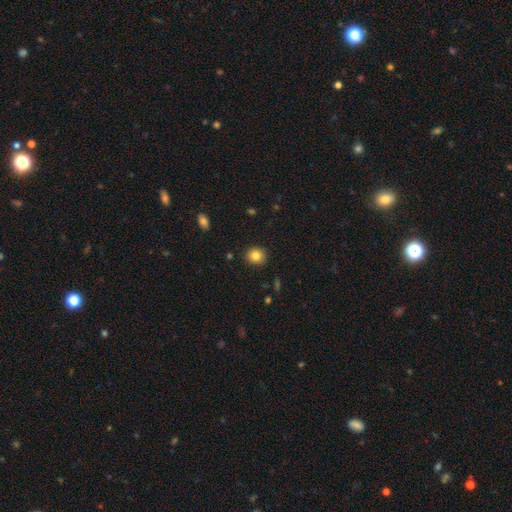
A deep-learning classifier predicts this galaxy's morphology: smooth_or_featured: smooth (p=0.82) [alt: star or artifact p=0.10]
how_rounded: round (p=0.83) [alt: in between p=0.16]
merging: none (p=0.90) [alt: minor disturbance p=0.07]